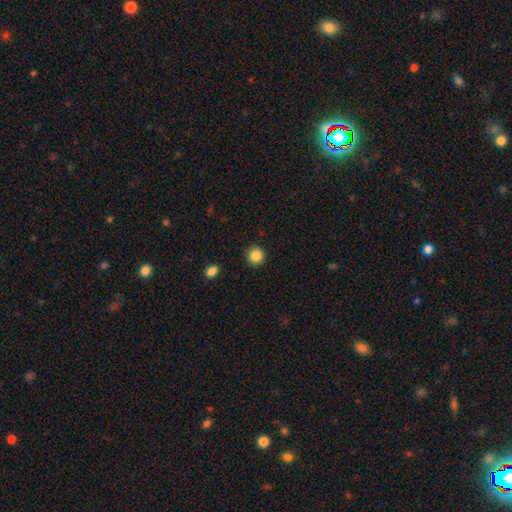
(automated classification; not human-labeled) Morphology: type=smooth (86%); roundness=round (93%); merging=none (92%).